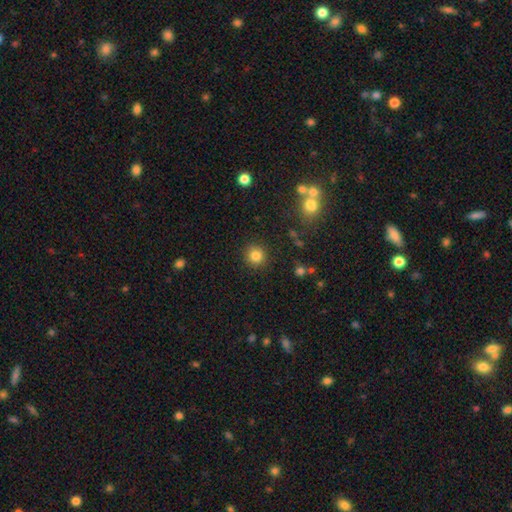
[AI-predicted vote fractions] A smooth galaxy with no disk features (83%) that is round (93%). Merging: none (89%).